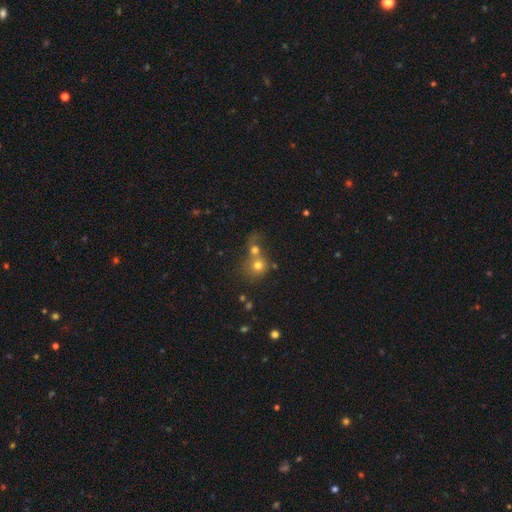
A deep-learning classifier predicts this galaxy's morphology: A smooth galaxy with no disk features (60%) that is round (83%).

Vote fractions:
- Smooth or featured? smooth: 60% / star or artifact: 24% / featured or disk: 16%
- How rounded? round: 83% / in between: 16% / cigar-shaped: 1%
- Merging? merger: 54% / none: 35% / minor disturbance: 7% / major disturbance: 5%